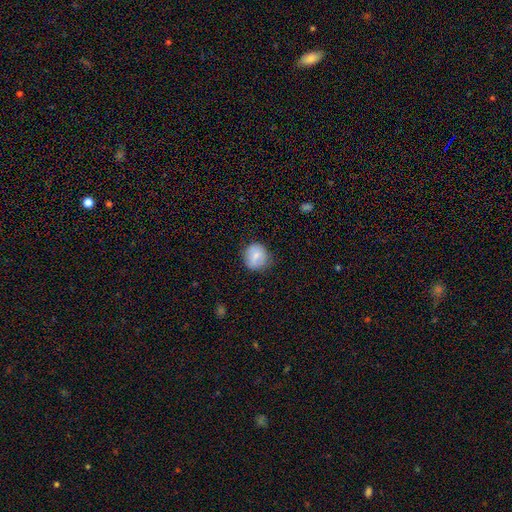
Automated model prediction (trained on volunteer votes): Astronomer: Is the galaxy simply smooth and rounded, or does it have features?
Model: smooth — 74%.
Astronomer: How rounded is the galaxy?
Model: round — 87%.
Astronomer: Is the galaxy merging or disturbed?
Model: none — 81%.